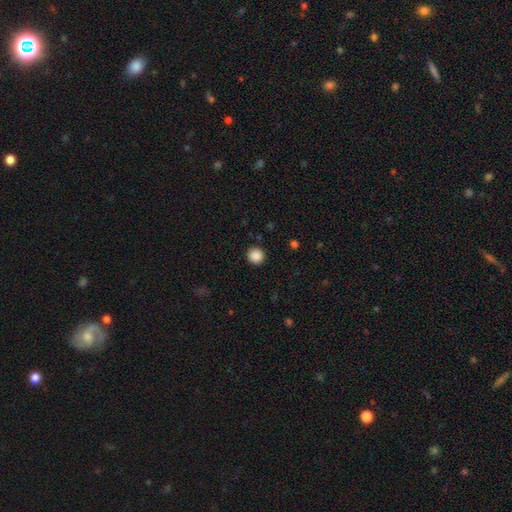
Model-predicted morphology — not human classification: This is clearly a smooth galaxy (88%). How rounded: clearly round (93%). Merging: clearly none (91%).